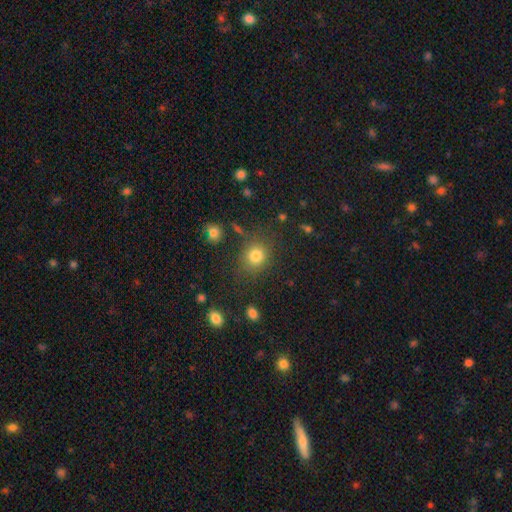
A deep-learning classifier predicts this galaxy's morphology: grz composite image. It shows a smooth galaxy with no disk features (79%) that is round (79%). Merging: none (78%).